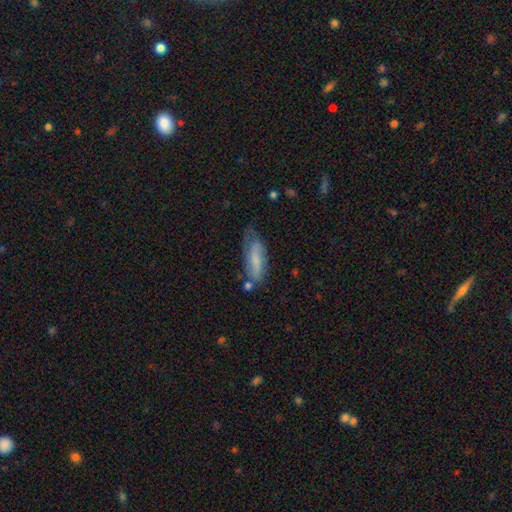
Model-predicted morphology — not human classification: This appears to be a smooth galaxy with no disk features (59%) that is in between round and cigar-shaped (52%). Merging: none (56%).